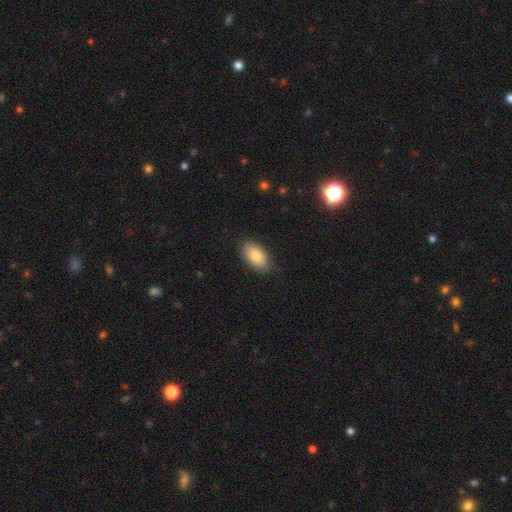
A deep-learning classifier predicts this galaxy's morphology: Smooth or featured? Predicted: smooth (p=0.84). How rounded? Predicted: in between (p=0.93). Merging? Predicted: none (p=0.83).